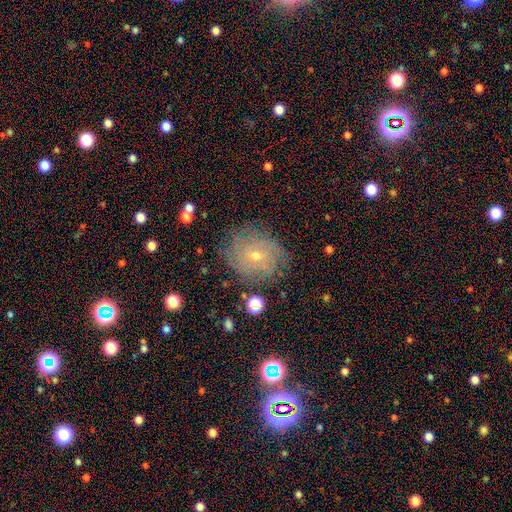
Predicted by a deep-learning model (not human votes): Smooth or featured? featured or disk (63%)
Edge-on disk? no (96%)
Bar? no (68%)
Spiral arms? yes (85%)
Spiral winding? tight (66%)
Spiral arm count? can't tell (53%)
Bulge size? small (62%)
Merging? none (78%)